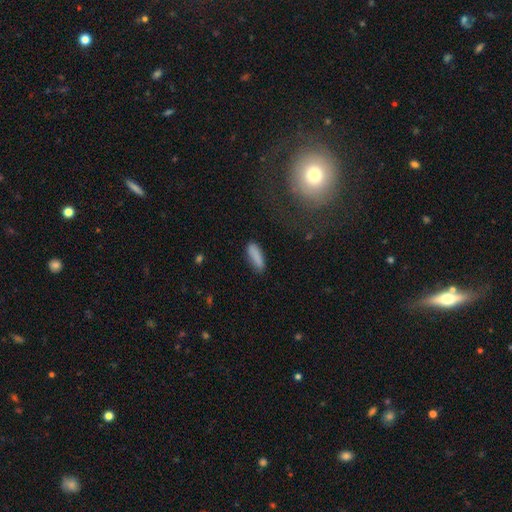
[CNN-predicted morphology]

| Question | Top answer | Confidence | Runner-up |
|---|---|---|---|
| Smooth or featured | smooth | 86% | star or artifact (7%) |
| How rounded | in between | 55% | cigar-shaped (43%) |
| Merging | none | 79% | minor disturbance (15%) |